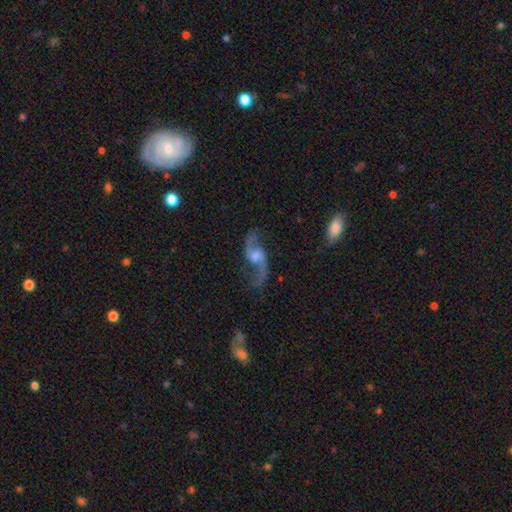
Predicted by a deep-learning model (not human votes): Q: Smooth or featured?
A: featured or disk (89%); runner-up: star or artifact (6%)
Q: Edge-on disk?
A: no (95%); runner-up: yes (5%)
Q: Bar?
A: no (51%); runner-up: weak (39%)
Q: Spiral arms?
A: yes (97%); runner-up: no (3%)
Q: Spiral winding?
A: loose (83%); runner-up: medium (14%)
Q: Spiral arm count?
A: 2 (94%); runner-up: 1 (2%)
Q: Bulge size?
A: moderate (50%); runner-up: small (32%)
Q: Merging?
A: none (76%); runner-up: minor disturbance (14%)